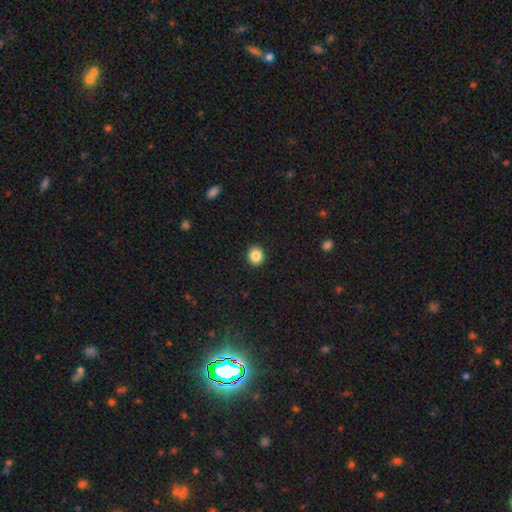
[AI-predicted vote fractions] Smooth or featured?
  - smooth: 86% *
  - star or artifact: 10%
  - featured or disk: 4%
How rounded?
  - round: 81% *
  - in between: 19%
  - cigar-shaped: 1%
Merging?
  - none: 92% *
  - minor disturbance: 5%
  - major disturbance: 2%
  - merger: 1%